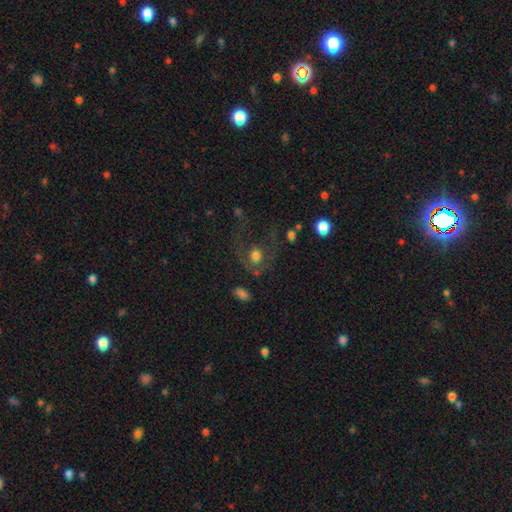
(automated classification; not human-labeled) smooth 53%, featured or disk 34%, star or artifact 13%. Down the decision tree: how rounded — round (73%); merging — none (47%).